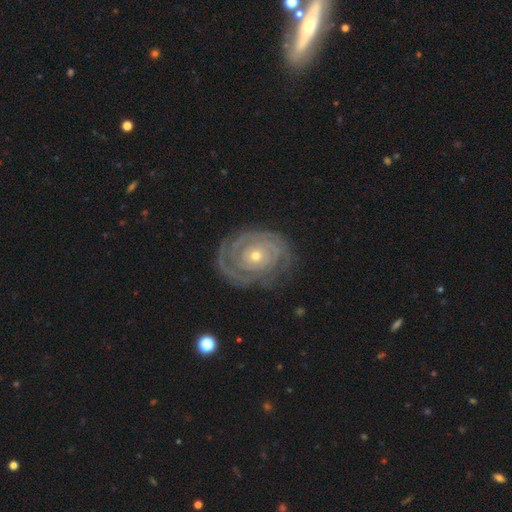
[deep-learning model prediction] This appears to be a featured or disk galaxy (86%) with no bar (82%), 2 (34%) tight (82%) spiral arms (92%) and a small central bulge (61%). Merging: none (77%).